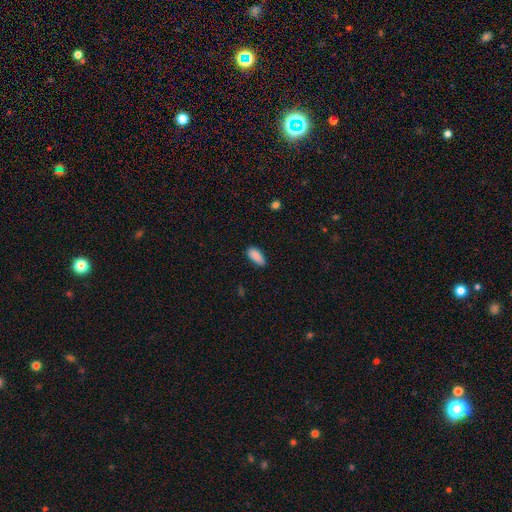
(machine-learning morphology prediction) Smooth or featured? Predicted: smooth (p=0.89). How rounded? Predicted: in between (p=0.88). Merging? Predicted: none (p=0.76).